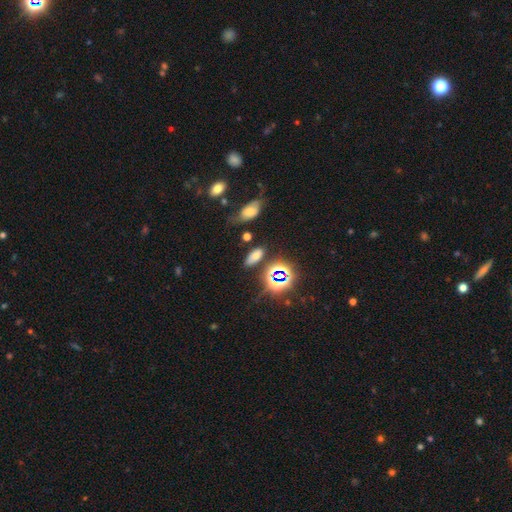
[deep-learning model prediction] Smooth or featured? smooth (58%)
How rounded? in between (84%)
Merging? none (74%)